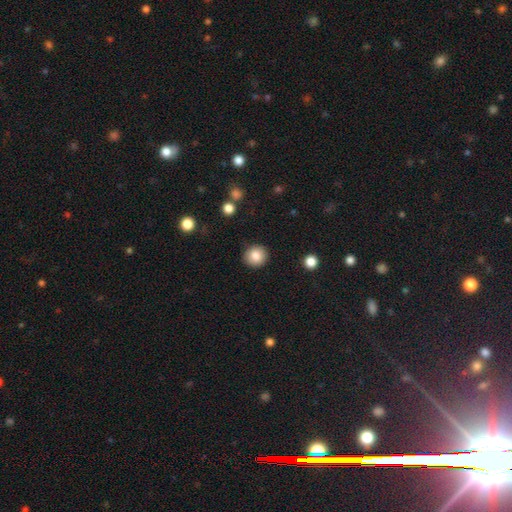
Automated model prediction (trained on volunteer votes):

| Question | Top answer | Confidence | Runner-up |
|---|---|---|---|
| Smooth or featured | smooth | 85% | star or artifact (9%) |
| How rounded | round | 92% | in between (7%) |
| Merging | none | 91% | minor disturbance (6%) |